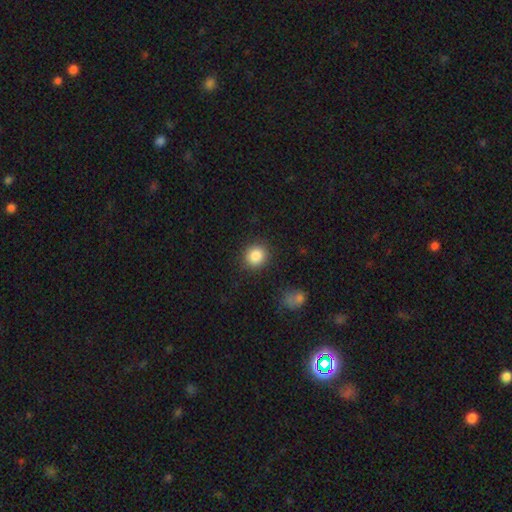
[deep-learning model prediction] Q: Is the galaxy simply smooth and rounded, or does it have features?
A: smooth — 86%.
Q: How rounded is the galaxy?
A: round — 84%.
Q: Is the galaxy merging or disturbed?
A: none — 88%.